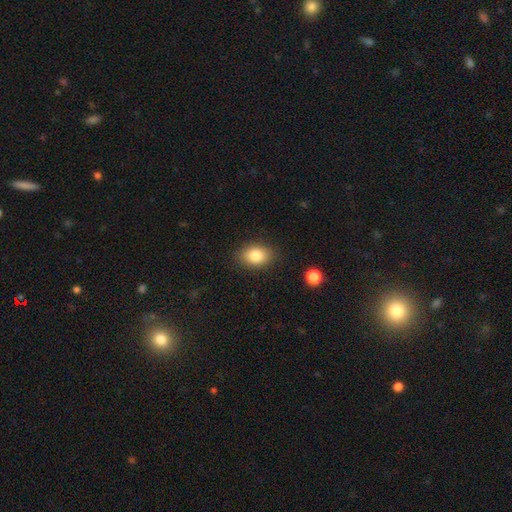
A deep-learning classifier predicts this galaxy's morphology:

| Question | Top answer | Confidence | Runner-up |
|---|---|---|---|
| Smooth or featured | smooth | 83% | star or artifact (9%) |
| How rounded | in between | 77% | round (22%) |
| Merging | none | 86% | minor disturbance (10%) |